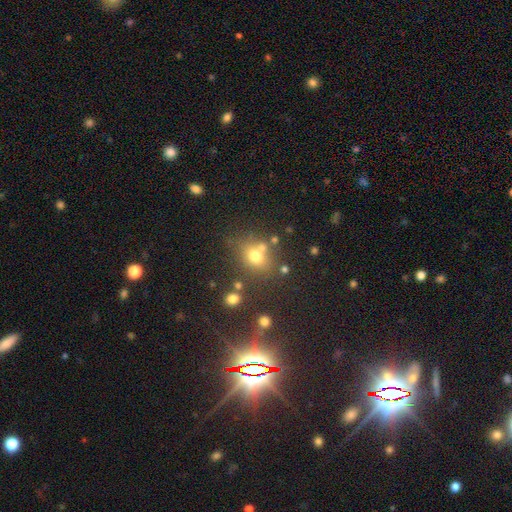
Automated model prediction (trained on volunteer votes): This appears to be a smooth galaxy with no disk features (70%) that is round (58%). Merging: none (61%).